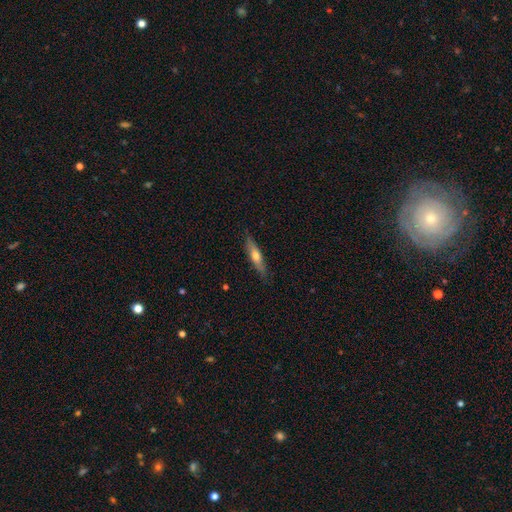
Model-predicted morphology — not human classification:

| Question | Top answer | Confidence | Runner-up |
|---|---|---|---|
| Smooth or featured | smooth | 50% | featured or disk (44%) |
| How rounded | cigar-shaped | 80% | in between (18%) |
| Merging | none | 84% | minor disturbance (13%) |